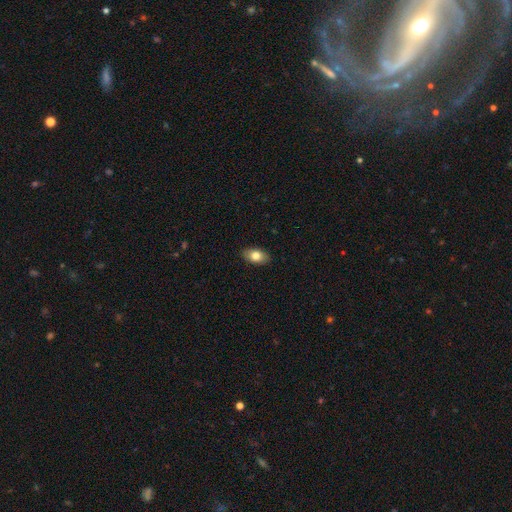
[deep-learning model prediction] A smooth galaxy with no disk features (81%) that is in between round and cigar-shaped (91%).

Vote fractions:
- Smooth or featured? smooth: 81% / featured or disk: 12% / star or artifact: 7%
- How rounded? in between: 91% / round: 7% / cigar-shaped: 2%
- Merging? none: 89% / minor disturbance: 9% / major disturbance: 2% / merger: 1%